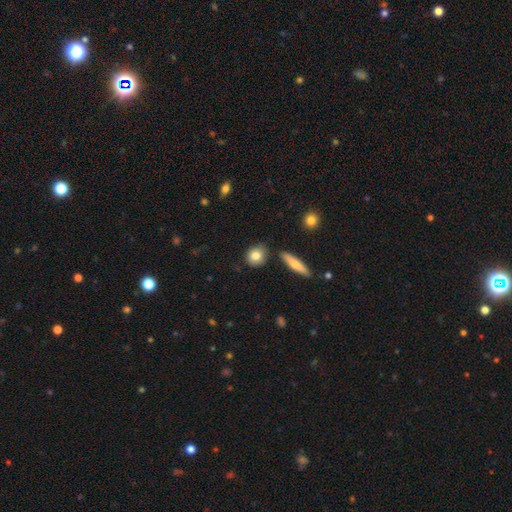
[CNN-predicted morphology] Smooth or featured?
  - smooth: 82% *
  - featured or disk: 11%
  - star or artifact: 8%
How rounded?
  - round: 68% *
  - in between: 29%
  - cigar-shaped: 4%
Merging?
  - none: 77% *
  - minor disturbance: 14%
  - merger: 6%
  - major disturbance: 3%